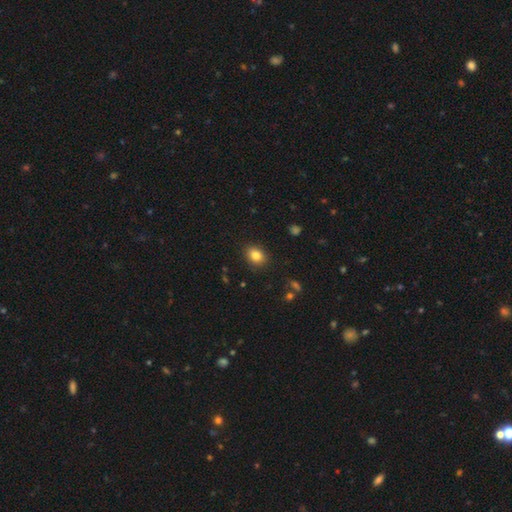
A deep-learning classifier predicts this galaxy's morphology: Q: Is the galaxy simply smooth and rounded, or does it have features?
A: smooth — 83%.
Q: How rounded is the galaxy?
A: in between — 57%.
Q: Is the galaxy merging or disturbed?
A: none — 87%.